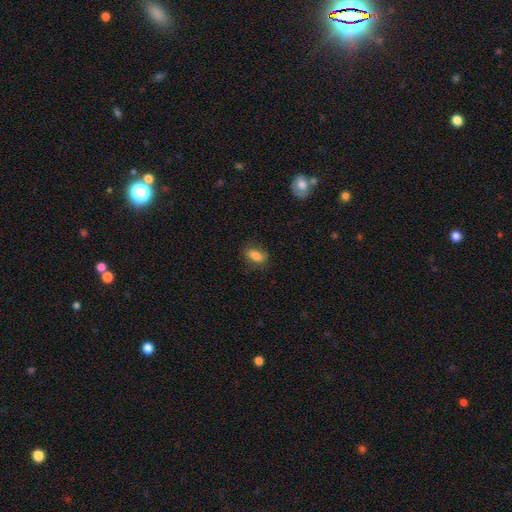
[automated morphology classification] Smooth or featured? smooth (81%)
How rounded? in between (83%)
Merging? none (76%)